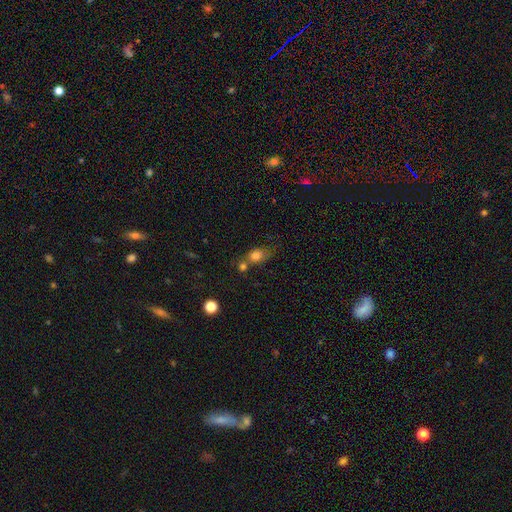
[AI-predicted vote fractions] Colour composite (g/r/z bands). It shows a smooth galaxy with no disk features (77%) that is in between round and cigar-shaped (56%). Merging: none (39%).